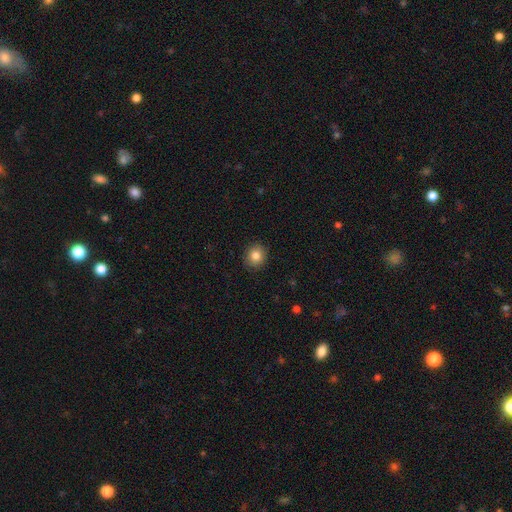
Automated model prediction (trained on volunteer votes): Smooth or featured? smooth (83%)
How rounded? round (84%)
Merging? none (91%)